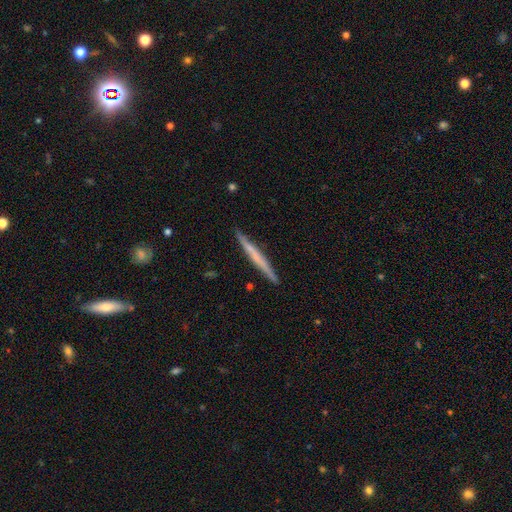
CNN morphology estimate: Smooth or featured? Predicted: smooth (p=0.48). Merging? Predicted: none (p=0.91).